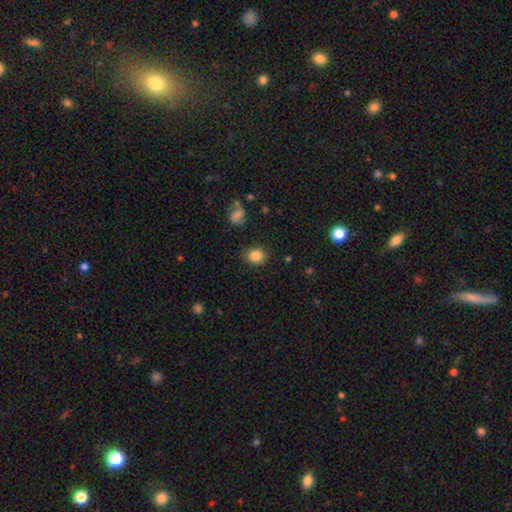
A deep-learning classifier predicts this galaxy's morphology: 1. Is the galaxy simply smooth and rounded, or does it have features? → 85% smooth, 10% star or artifact, 5% featured or disk.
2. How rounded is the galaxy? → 74% round, 25% in between, 1% cigar-shaped.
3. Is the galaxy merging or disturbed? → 86% none, 9% minor disturbance, 3% major disturbance, 2% merger.